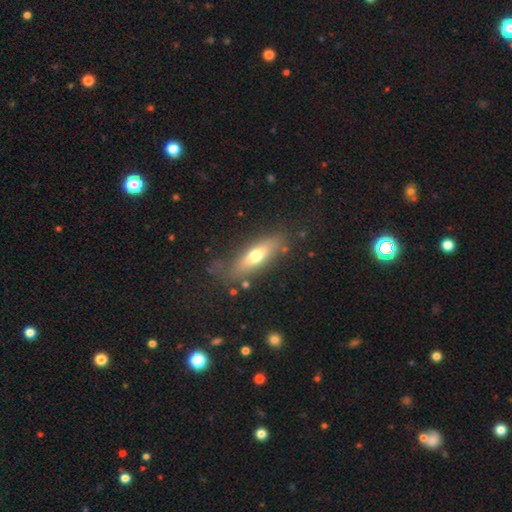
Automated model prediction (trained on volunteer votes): A smooth galaxy with no disk features (58%) that is cigar-shaped (50%). Merging: none (73%).